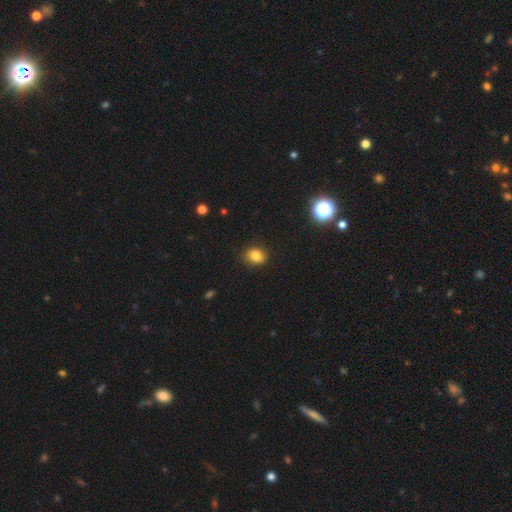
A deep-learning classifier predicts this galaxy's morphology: type=smooth (83%); roundness=round (50%); merging=none (86%).